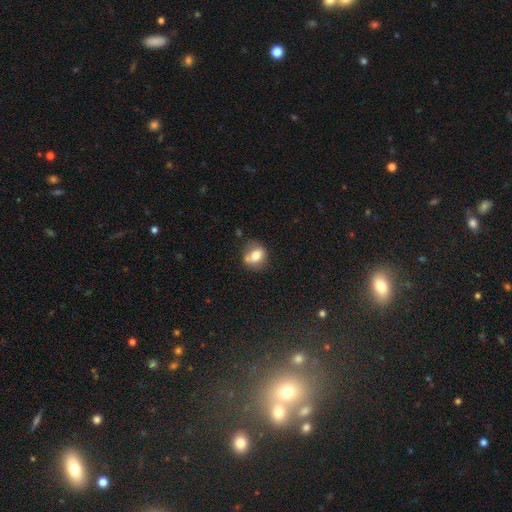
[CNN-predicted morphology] A smooth galaxy with no disk features (71%) that is round (62%).

Vote fractions:
- Smooth or featured? smooth: 71% / featured or disk: 19% / star or artifact: 10%
- How rounded? round: 62% / in between: 36% / cigar-shaped: 1%
- Merging? none: 59% / minor disturbance: 22% / merger: 13% / major disturbance: 7%